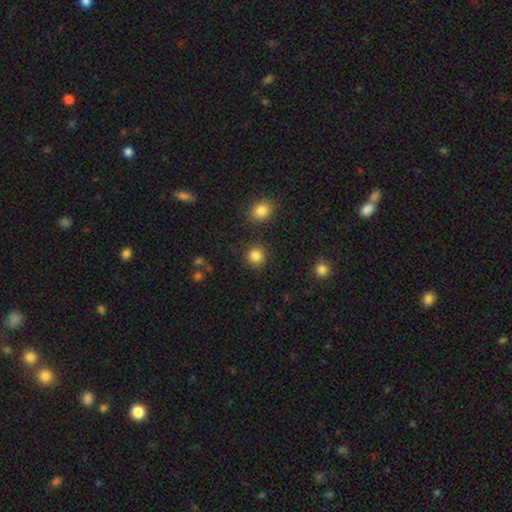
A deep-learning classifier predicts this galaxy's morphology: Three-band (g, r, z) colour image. It shows a smooth galaxy with no disk features (85%) that is round (92%). Merging: none (88%).